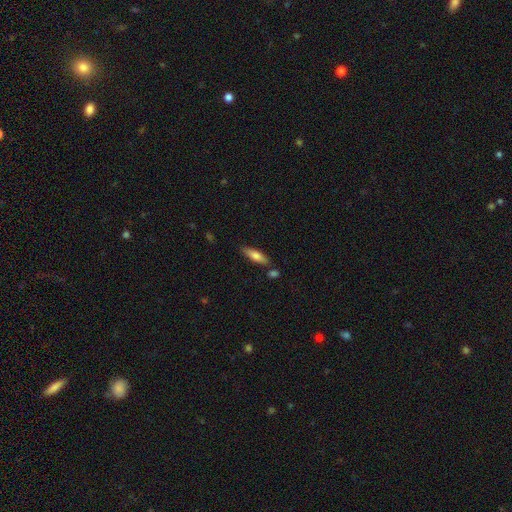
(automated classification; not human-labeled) This appears to be a smooth galaxy with no disk features (71%) that is cigar-shaped (56%). Merging: none (78%).